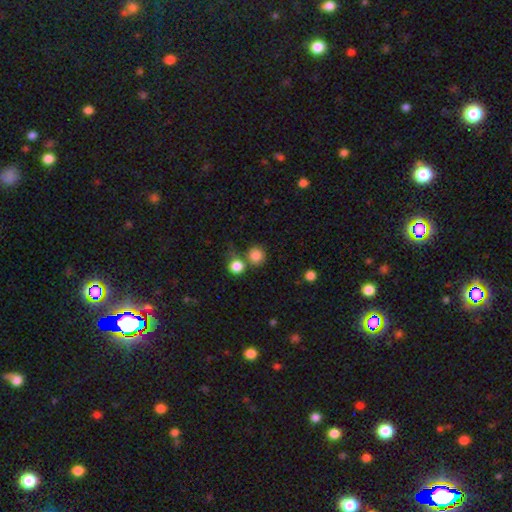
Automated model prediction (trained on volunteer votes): This appears to be a smooth galaxy with no disk features (84%) that is round (91%). Merging: none (63%).